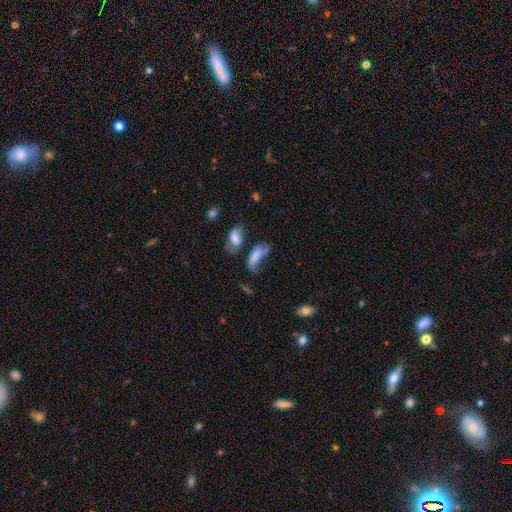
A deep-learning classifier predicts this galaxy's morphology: type=smooth (62%); roundness=in between (73%); merging=major disturbance (32%).